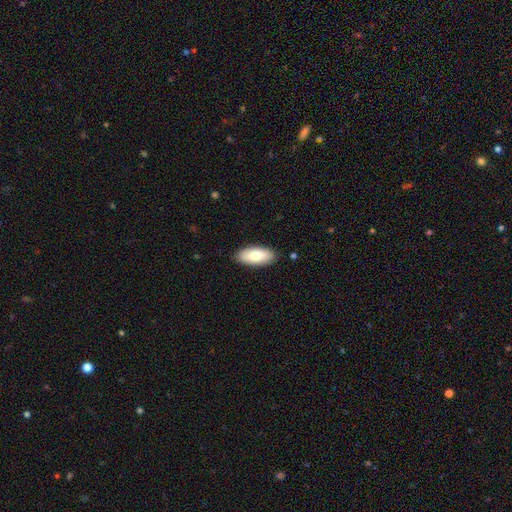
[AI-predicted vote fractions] This is likely a smooth galaxy (78%). How rounded: clearly in between (86%). Merging: clearly none (88%).